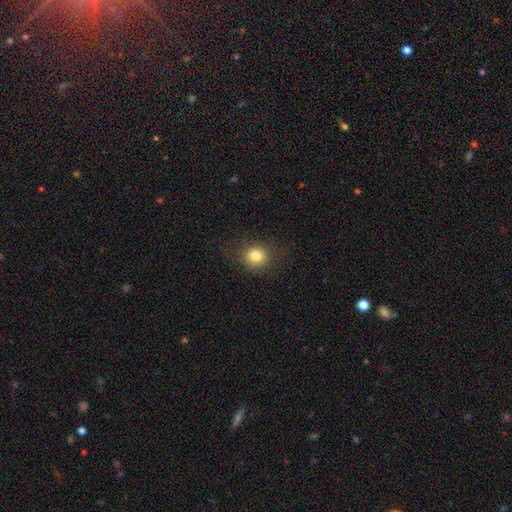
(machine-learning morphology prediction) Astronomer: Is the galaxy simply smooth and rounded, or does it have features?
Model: smooth — 81%.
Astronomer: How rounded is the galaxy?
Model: round — 86%.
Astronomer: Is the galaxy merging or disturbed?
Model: none — 85%.